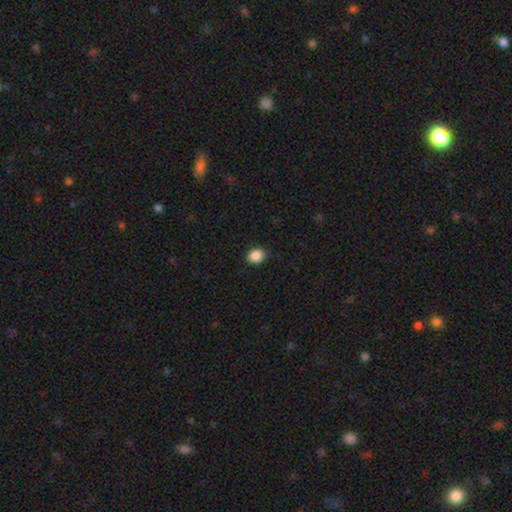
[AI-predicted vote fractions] smooth 88%, star or artifact 9%, featured or disk 3%. Down the decision tree: how rounded — round (58%); merging — none (85%).